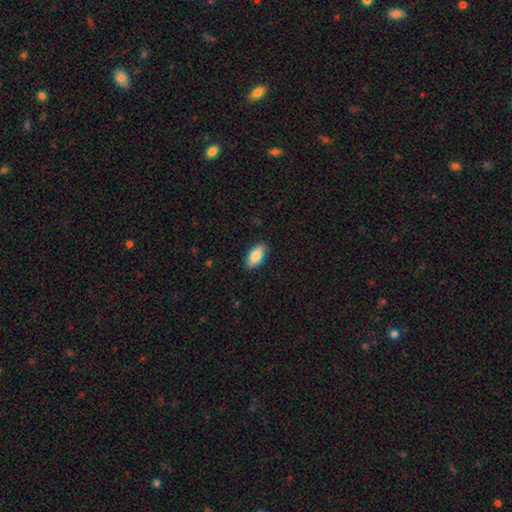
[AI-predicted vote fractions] Overall: smooth (85%). How rounded: in between (91%). Merging: none (88%).